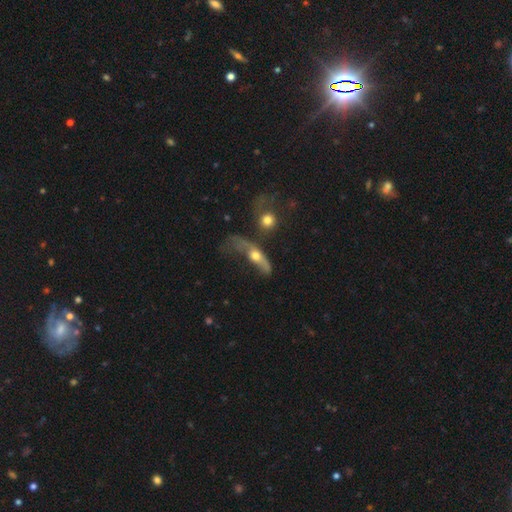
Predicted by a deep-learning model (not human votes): smooth-or-featured: featured or disk: 47% | smooth: 45% | star or artifact: 9%
  merging: major disturbance: 44% | none: 21% | merger: 18% | minor disturbance: 17%